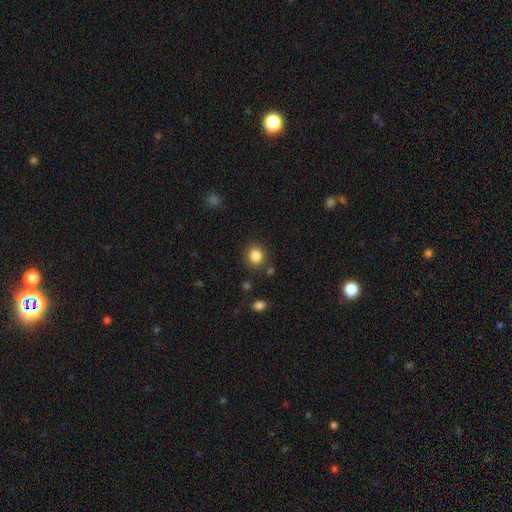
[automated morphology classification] smooth_or_featured: smooth (p=0.85) [alt: star or artifact p=0.10]
how_rounded: round (p=0.77) [alt: in between p=0.22]
merging: none (p=0.84) [alt: minor disturbance p=0.09]